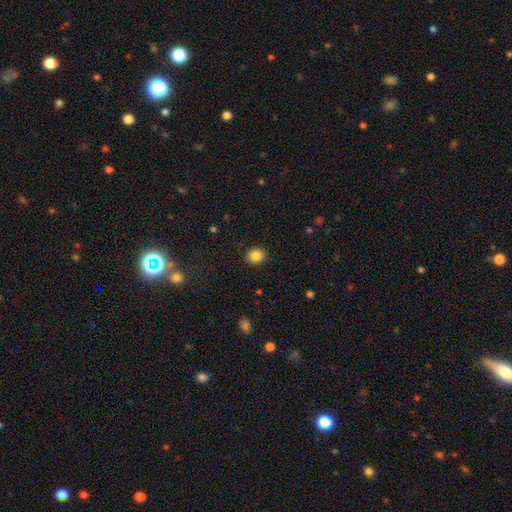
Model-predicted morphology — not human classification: smooth-or-featured: smooth: 85% | star or artifact: 10% | featured or disk: 4%
  how-rounded: round: 75% | in between: 24% | cigar-shaped: 1%
  merging: none: 90% | minor disturbance: 7% | major disturbance: 2% | merger: 1%